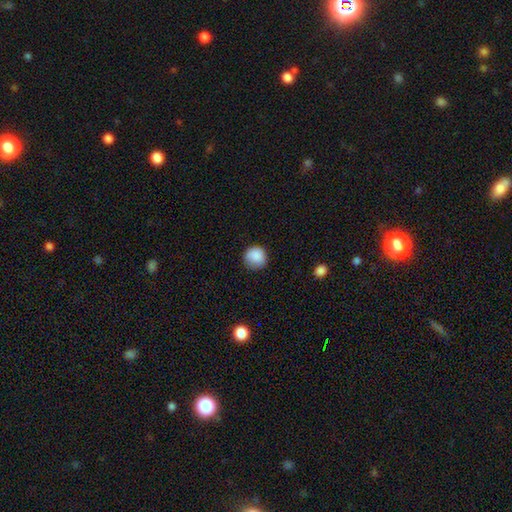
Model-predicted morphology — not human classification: A smooth galaxy with no disk features (88%) that is round (93%). Merging: none (83%).